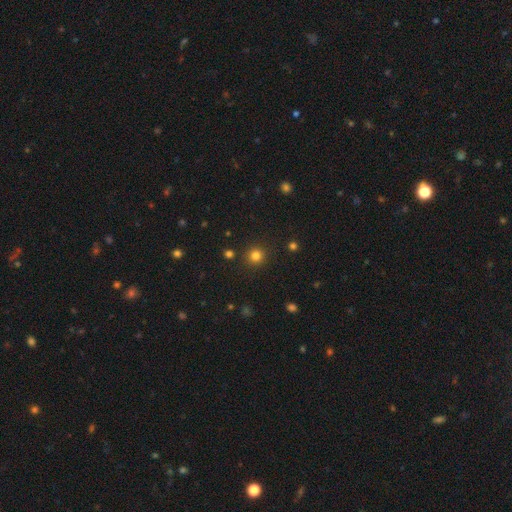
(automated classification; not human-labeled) smooth 80%, star or artifact 15%, featured or disk 5%. Down the decision tree: how rounded — round (94%); merging — none (90%).